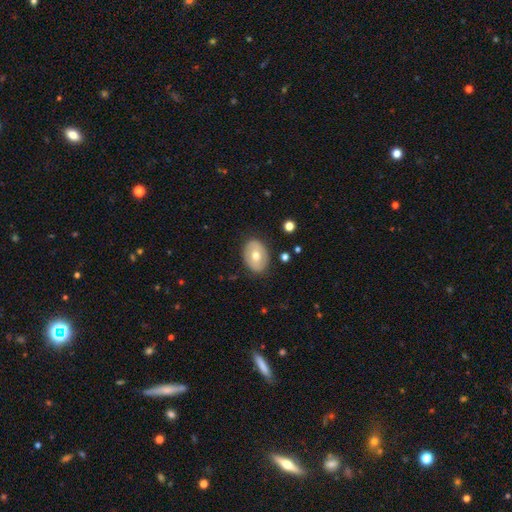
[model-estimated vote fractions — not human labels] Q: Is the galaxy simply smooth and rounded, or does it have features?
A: smooth — 56%.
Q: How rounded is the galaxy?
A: in between — 73%.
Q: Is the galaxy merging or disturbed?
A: none — 84%.